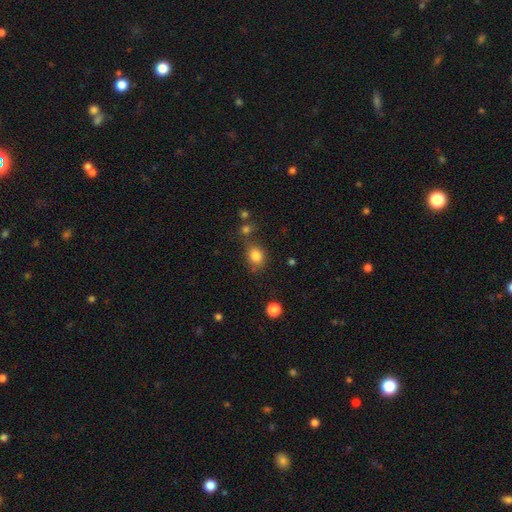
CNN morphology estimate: Smooth or featured? Predicted: smooth (p=0.83). How rounded? Predicted: round (p=0.56). Merging? Predicted: none (p=0.64).